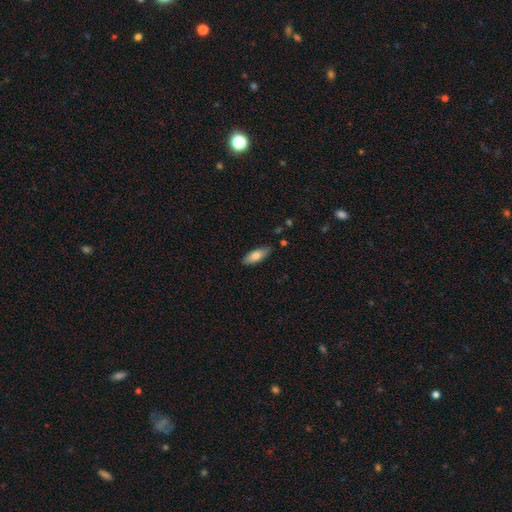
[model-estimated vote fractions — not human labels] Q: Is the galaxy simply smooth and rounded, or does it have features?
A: smooth — 77%.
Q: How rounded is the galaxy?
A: in between — 73%.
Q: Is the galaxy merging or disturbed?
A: none — 84%.